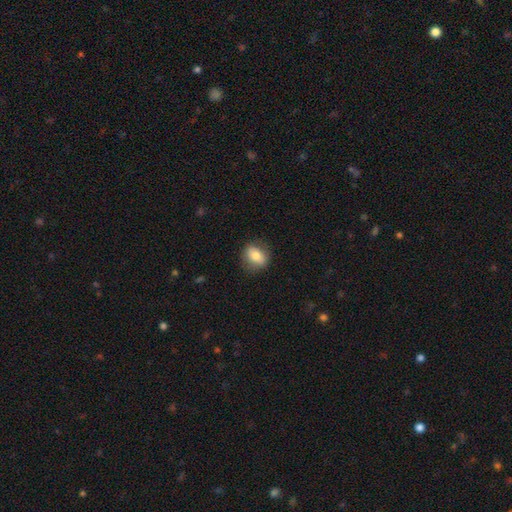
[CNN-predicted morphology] Smooth or featured? Predicted: smooth (p=0.73). How rounded? Predicted: in between (p=0.54). Merging? Predicted: none (p=0.81).